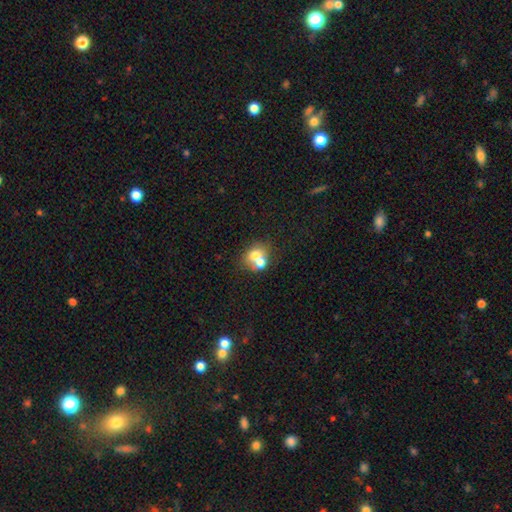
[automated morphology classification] smooth-or-featured: smooth: 66% | featured or disk: 24% | star or artifact: 11%
  how-rounded: round: 61% | in between: 38% | cigar-shaped: 1%
  merging: merger: 62% | none: 28% | minor disturbance: 7% | major disturbance: 3%